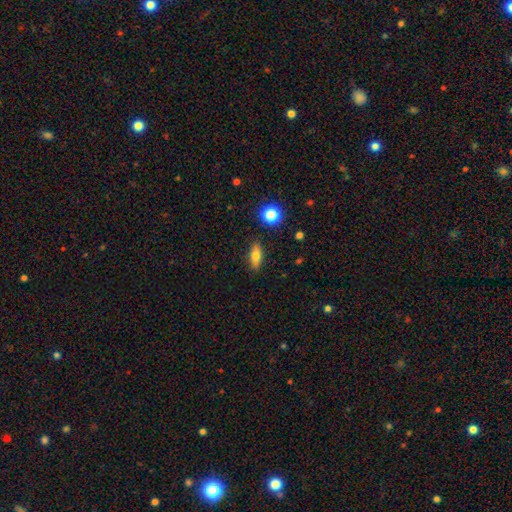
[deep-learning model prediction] This appears to be a smooth galaxy with no disk features (70%) that is in between round and cigar-shaped (69%). Merging: none (87%).